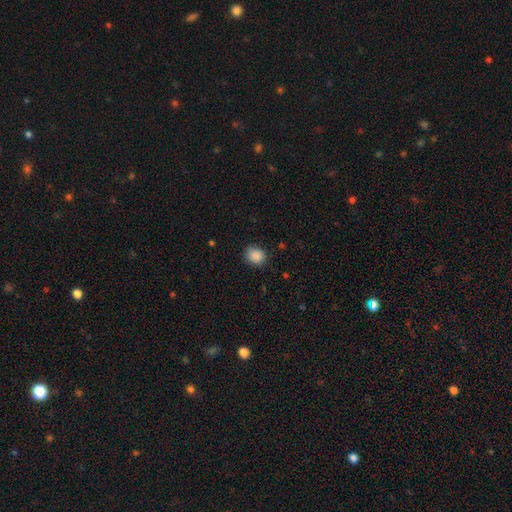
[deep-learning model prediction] Smooth or featured: smooth — 88% (star or artifact — 9%)
How rounded: round — 70% (in between — 29%)
Merging: none — 81% (minor disturbance — 15%)